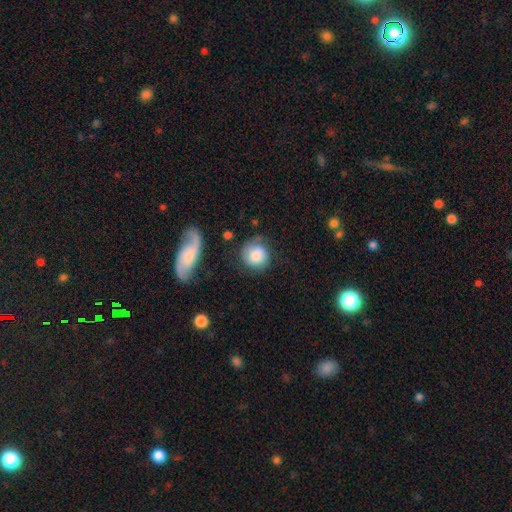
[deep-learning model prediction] The model was most divided on "merging": none: 66%, minor disturbance: 21%, major disturbance: 8%, merger: 5%. More confident: how rounded — round (86%); smooth or featured — smooth (77%).